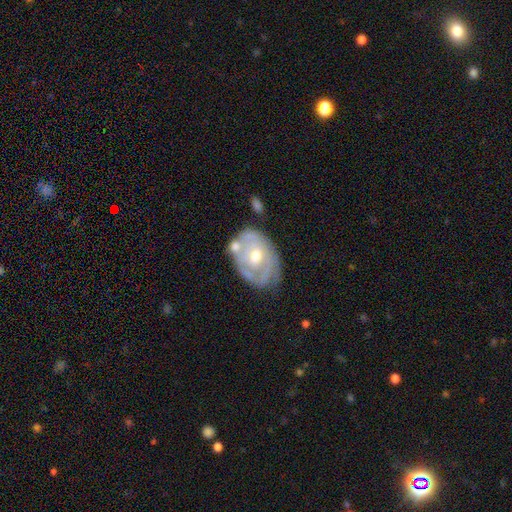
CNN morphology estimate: The model was most divided on "spiral arms": yes: 65%, no: 35%. More confident: edge-on disk — no (95%); smooth or featured — featured or disk (73%); bulge size — moderate (67%); bar — no (66%); merging — none (56%).